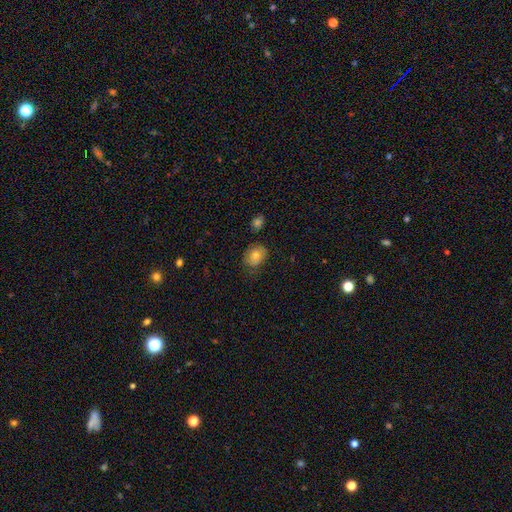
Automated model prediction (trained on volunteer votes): This appears to be a smooth galaxy with no disk features (74%) that is in between round and cigar-shaped (52%). Merging: none (72%).